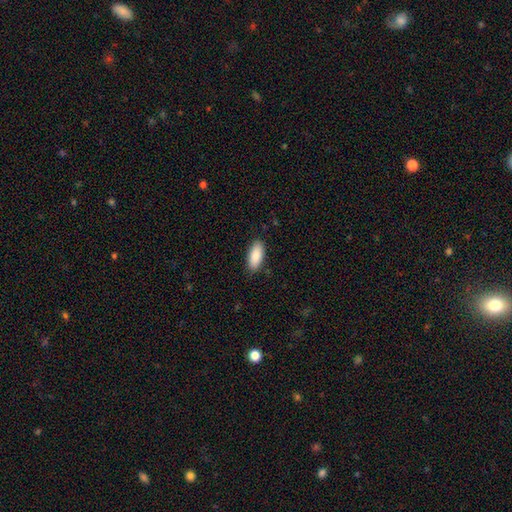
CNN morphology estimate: Q: Smooth or featured?
A: smooth (88%); runner-up: featured or disk (6%)
Q: How rounded?
A: in between (85%); runner-up: cigar-shaped (13%)
Q: Merging?
A: none (88%); runner-up: minor disturbance (9%)